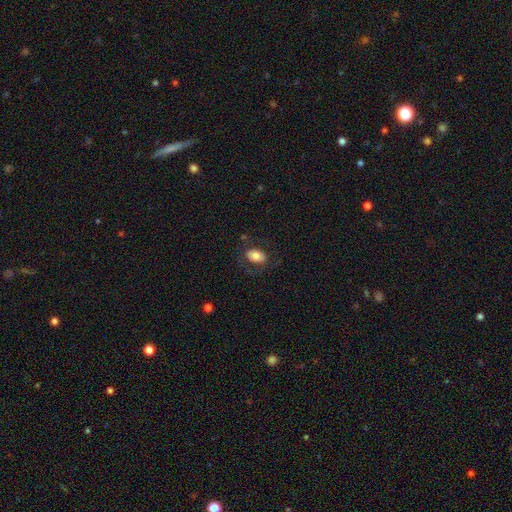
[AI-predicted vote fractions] Smooth or featured?
  - smooth: 74% *
  - featured or disk: 18%
  - star or artifact: 8%
How rounded?
  - in between: 84% *
  - round: 15%
  - cigar-shaped: 1%
Merging?
  - none: 75% *
  - minor disturbance: 15%
  - major disturbance: 9%
  - merger: 2%